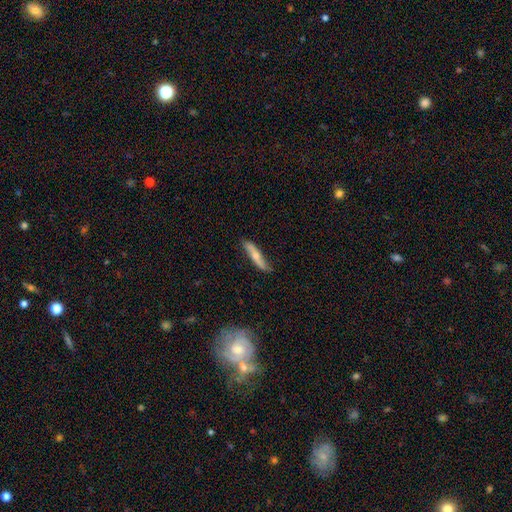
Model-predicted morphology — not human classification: smooth 51%, featured or disk 44%, star or artifact 5%. Down the decision tree: how rounded — cigar-shaped (87%); merging — none (78%).